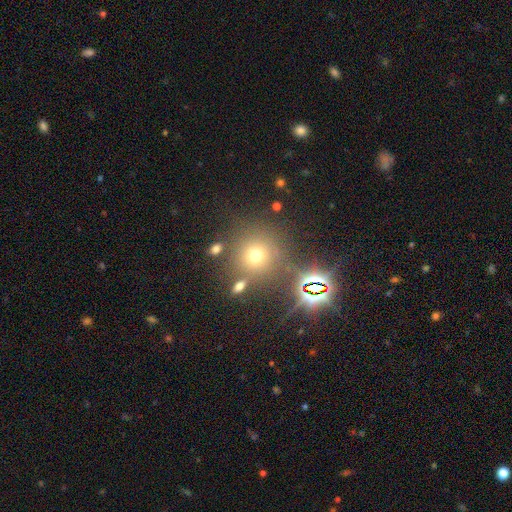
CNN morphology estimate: This is possibly a smooth galaxy (57%). How rounded: clearly round (93%). Merging: likely none (76%).